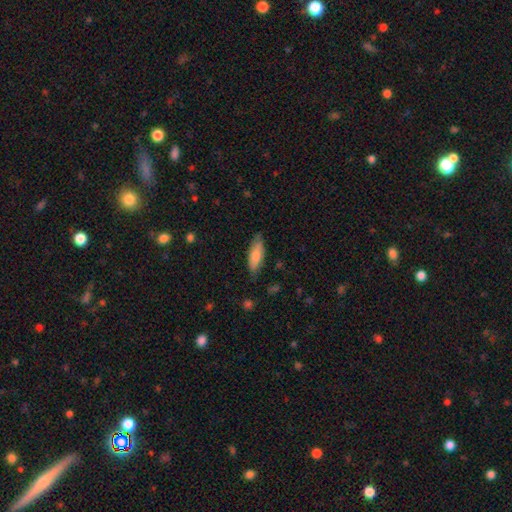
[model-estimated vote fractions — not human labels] The model was most divided on "how rounded": in between: 62%, cigar-shaped: 36%, round: 2%. More confident: merging — none (76%); smooth or featured — smooth (75%).